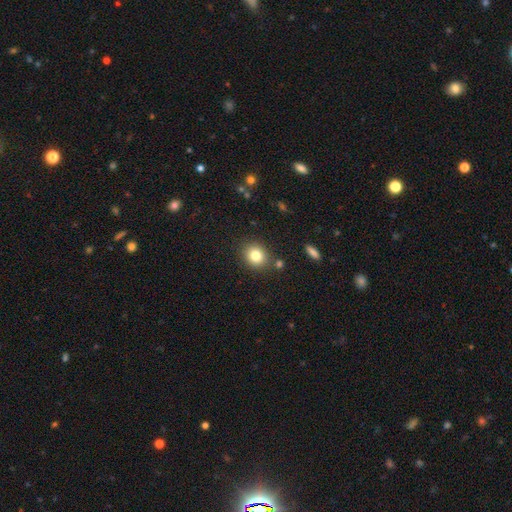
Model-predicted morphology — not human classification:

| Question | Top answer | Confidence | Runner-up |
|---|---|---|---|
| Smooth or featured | smooth | 81% | star or artifact (11%) |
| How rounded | round | 73% | in between (26%) |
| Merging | none | 83% | minor disturbance (9%) |